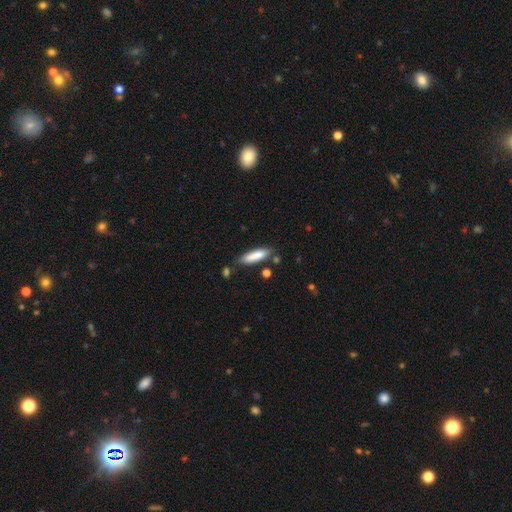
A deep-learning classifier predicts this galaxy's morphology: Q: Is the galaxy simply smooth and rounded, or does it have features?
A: smooth — 82%.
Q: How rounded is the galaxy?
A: cigar-shaped — 68%.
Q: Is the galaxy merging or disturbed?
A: none — 75%.